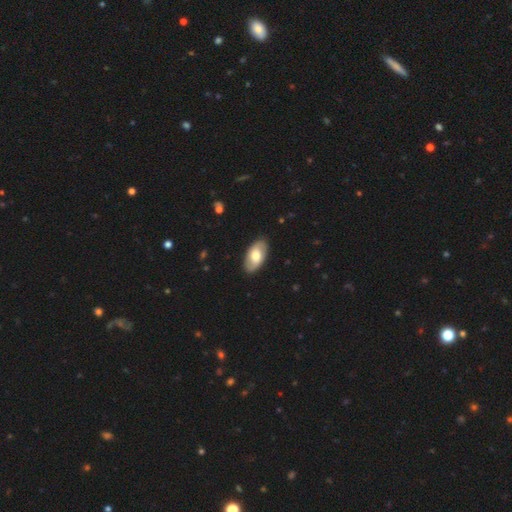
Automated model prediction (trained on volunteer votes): Smooth or featured? smooth (54%)
How rounded? in between (94%)
Merging? none (87%)